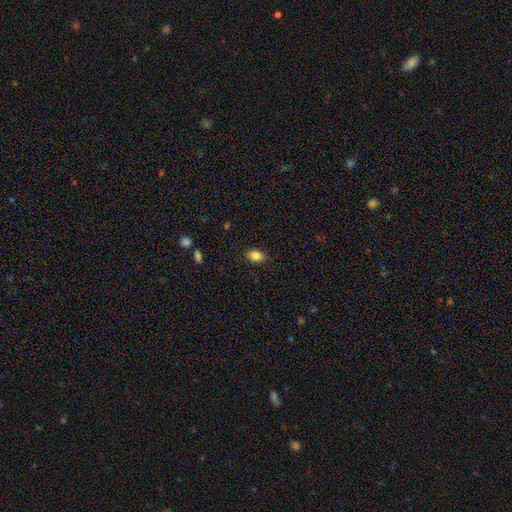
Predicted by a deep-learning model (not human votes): The model was most divided on "how rounded": in between: 78%, round: 20%, cigar-shaped: 1%. More confident: merging — none (87%); smooth or featured — smooth (85%).